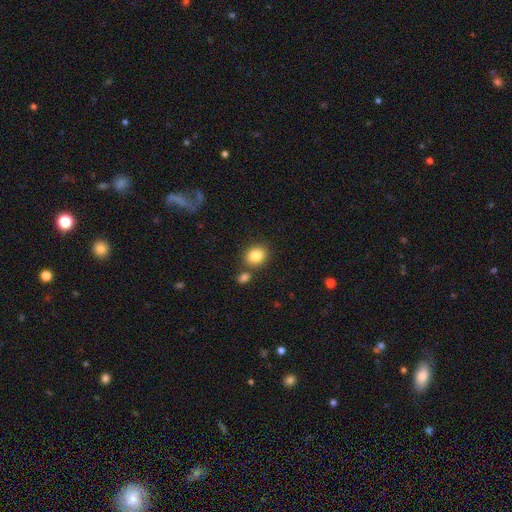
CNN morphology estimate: smooth 84%, star or artifact 9%, featured or disk 7%. Down the decision tree: how rounded — round (64%); merging — none (73%).